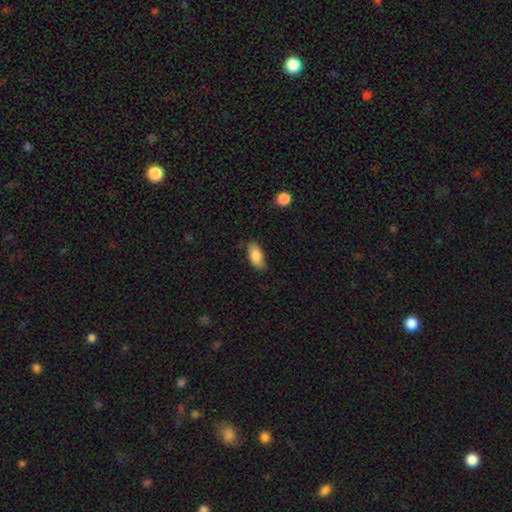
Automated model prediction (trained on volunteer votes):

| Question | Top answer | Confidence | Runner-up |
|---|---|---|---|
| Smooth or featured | smooth | 85% | featured or disk (8%) |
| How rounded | in between | 89% | cigar-shaped (8%) |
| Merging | none | 79% | minor disturbance (16%) |